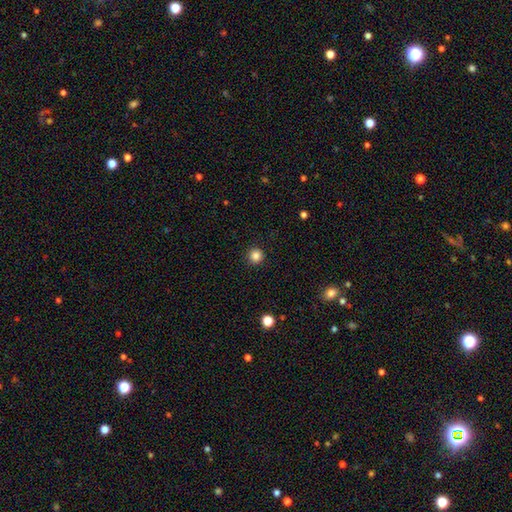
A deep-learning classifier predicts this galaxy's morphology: Smooth or featured: smooth — 85% (star or artifact — 11%)
How rounded: round — 96% (in between — 3%)
Merging: none — 93% (minor disturbance — 4%)